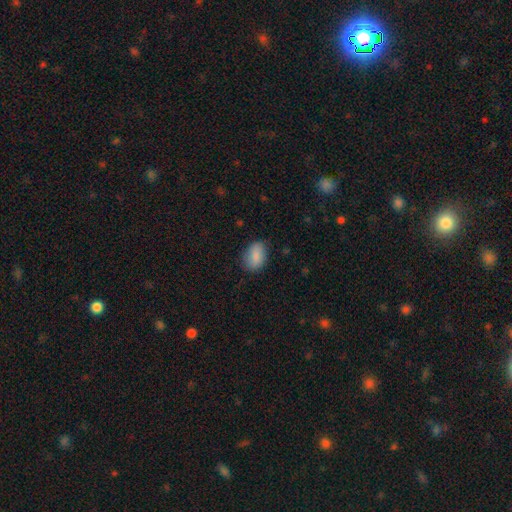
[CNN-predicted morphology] type=smooth (86%); roundness=in between (84%); merging=none (78%).